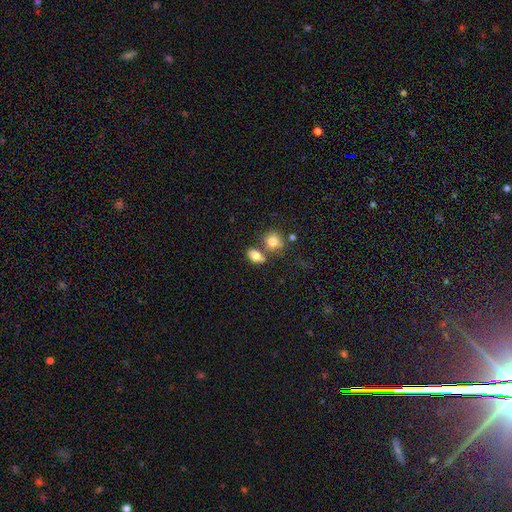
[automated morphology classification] This appears to be a smooth galaxy with no disk features (81%) that is in between round and cigar-shaped (79%). Merging: none (54%).